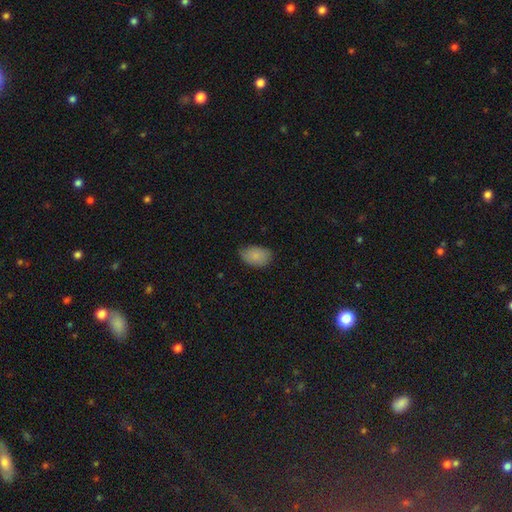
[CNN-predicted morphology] The model was most divided on "merging": none: 69%, minor disturbance: 25%, major disturbance: 4%, merger: 1%. More confident: how rounded — in between (88%); smooth or featured — smooth (86%).